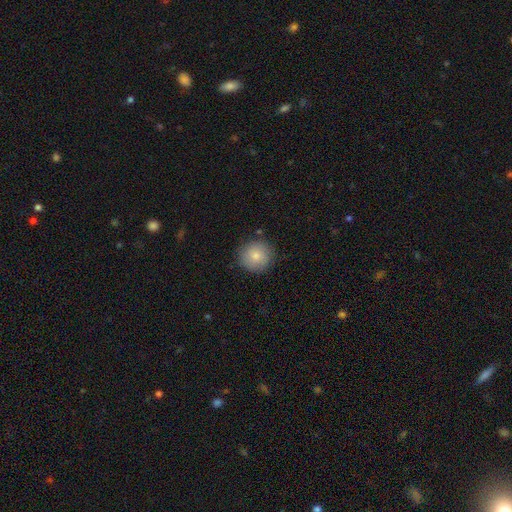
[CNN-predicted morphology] Smooth or featured? Predicted: smooth (p=0.82). How rounded? Predicted: round (p=0.94). Merging? Predicted: none (p=0.86).